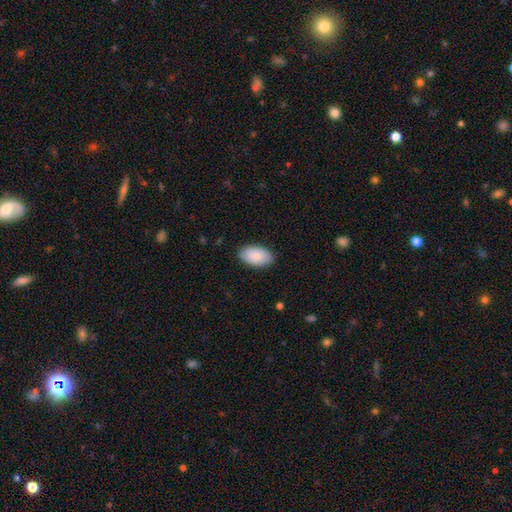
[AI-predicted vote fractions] Overall: smooth (85%). How rounded: in between (95%). Merging: none (85%).